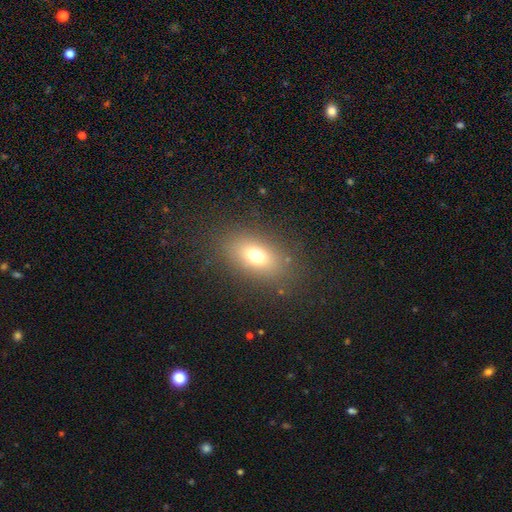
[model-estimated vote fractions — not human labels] Smooth or featured? smooth (71%)
How rounded? in between (81%)
Merging? none (83%)